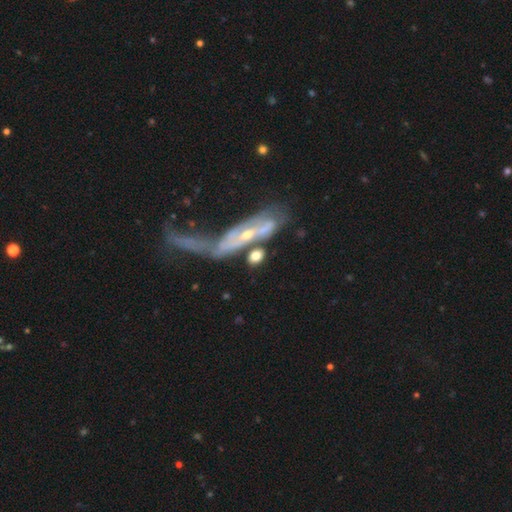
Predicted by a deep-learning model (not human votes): Smooth or featured: smooth — 58% (featured or disk — 35%)
How rounded: in between — 59% (round — 26%)
Merging: none — 44% (merger — 28%)